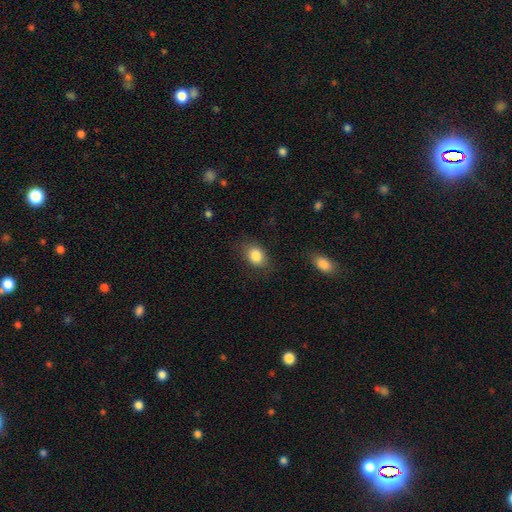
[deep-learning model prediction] smooth_or_featured: smooth (p=0.85) [alt: star or artifact p=0.08]
how_rounded: in between (p=0.72) [alt: round p=0.27]
merging: none (p=0.78) [alt: minor disturbance p=0.16]